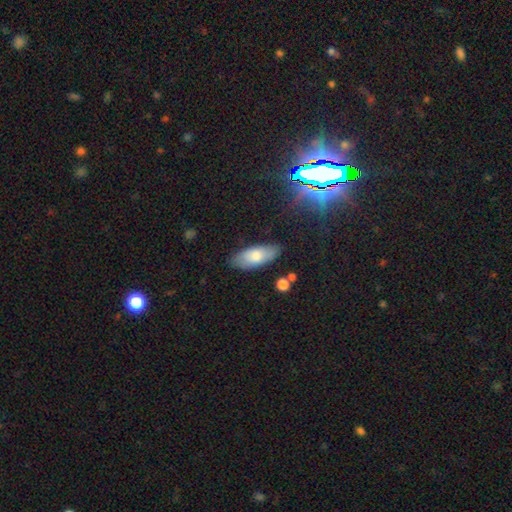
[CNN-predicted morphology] Smooth or featured: smooth — 75% (featured or disk — 19%)
How rounded: in between — 82% (cigar-shaped — 15%)
Merging: none — 82% (minor disturbance — 13%)